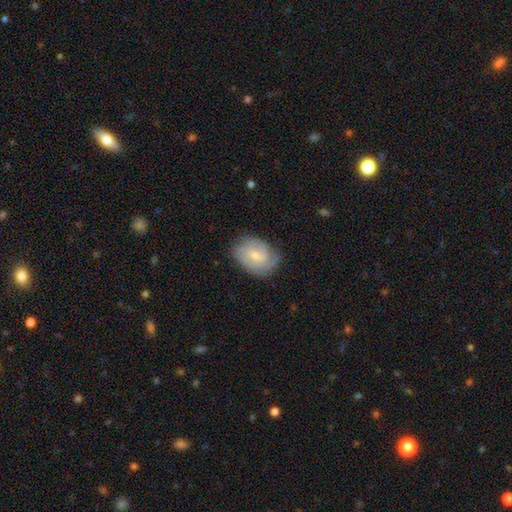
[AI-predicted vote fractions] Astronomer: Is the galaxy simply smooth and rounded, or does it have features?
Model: featured or disk — 62%.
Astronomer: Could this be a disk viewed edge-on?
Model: no — 97%.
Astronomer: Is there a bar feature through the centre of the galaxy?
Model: weak — 47% (runner-up: no, 46%).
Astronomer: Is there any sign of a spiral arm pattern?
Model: yes — 89%.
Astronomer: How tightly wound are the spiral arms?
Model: tight — 52% (runner-up: medium, 36%).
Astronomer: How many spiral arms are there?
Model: can't tell — 34%, tied with 2 at 34%.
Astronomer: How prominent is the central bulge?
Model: small — 55% (runner-up: moderate, 39%).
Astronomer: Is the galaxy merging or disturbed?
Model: none — 69%.